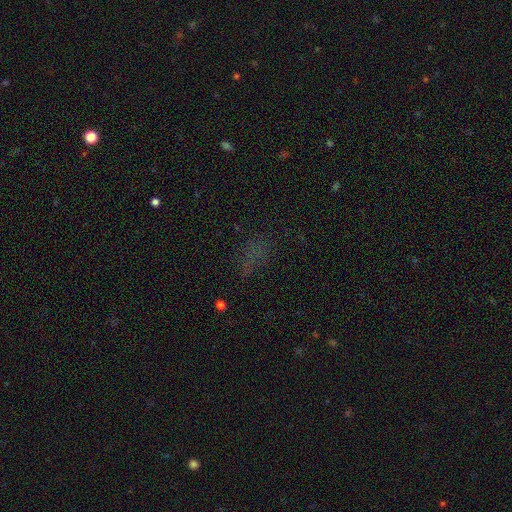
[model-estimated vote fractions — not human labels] Overall: star or artifact (45%; smooth 42%).